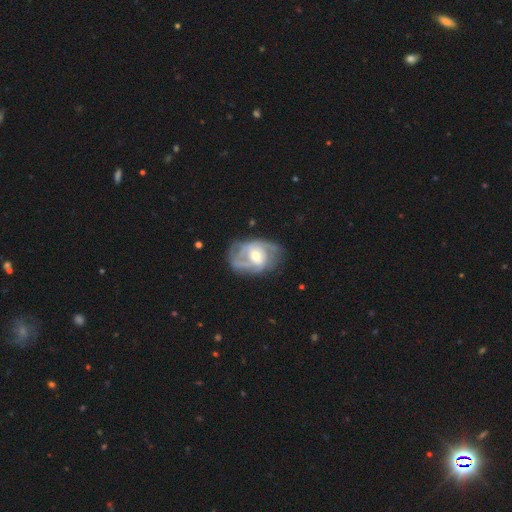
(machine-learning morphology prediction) Smooth or featured? featured or disk (80%)
Edge-on disk? no (97%)
Bar? no (55%)
Spiral arms? yes (85%)
Spiral winding? tight (42%)
Spiral arm count? 2 (44%)
Bulge size? moderate (68%)
Merging? none (60%)